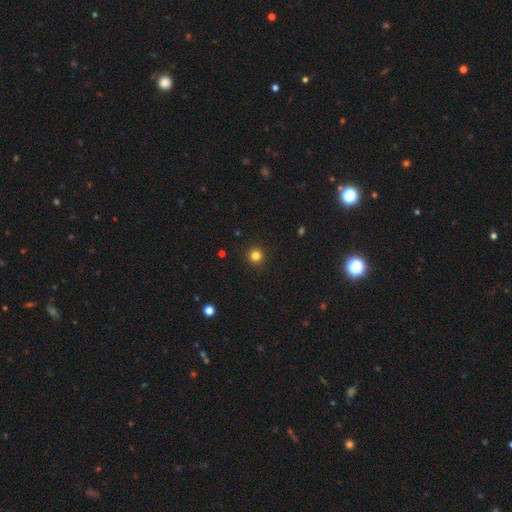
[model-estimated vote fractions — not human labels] Morphology: type=smooth (82%); roundness=round (95%); merging=none (92%).